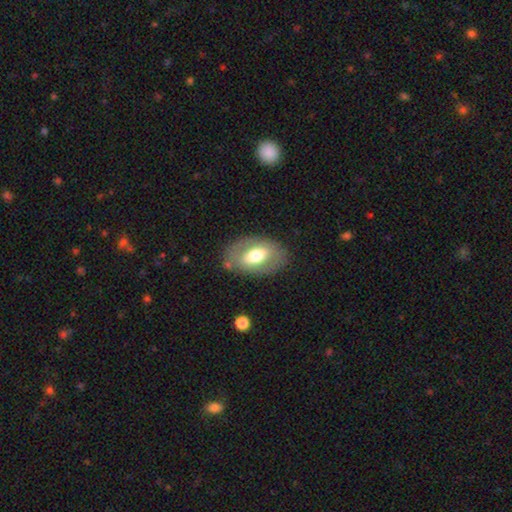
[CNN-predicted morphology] A smooth galaxy with no disk features (53%) that is in between round and cigar-shaped (89%). Merging: none (77%).